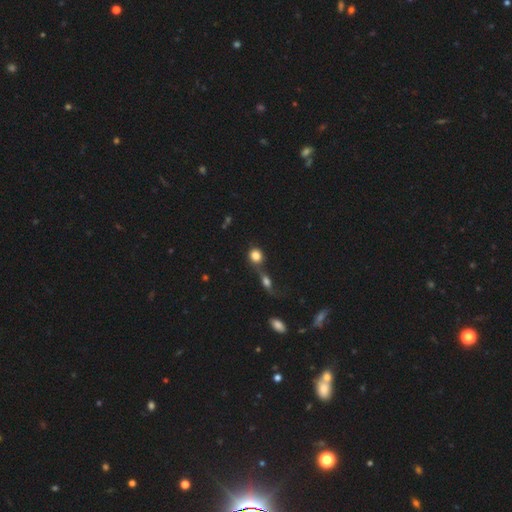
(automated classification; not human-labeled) A smooth galaxy with no disk features (81%) that is round (81%).

Vote fractions:
- Smooth or featured? smooth: 81% / star or artifact: 10% / featured or disk: 9%
- How rounded? round: 81% / in between: 17% / cigar-shaped: 2%
- Merging? none: 42% / merger: 40% / minor disturbance: 10% / major disturbance: 7%